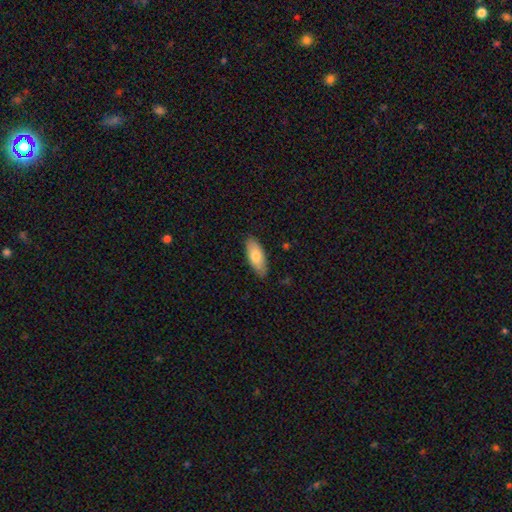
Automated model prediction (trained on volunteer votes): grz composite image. It shows a smooth galaxy with no disk features (77%) that is in between round and cigar-shaped (81%). Merging: none (85%).